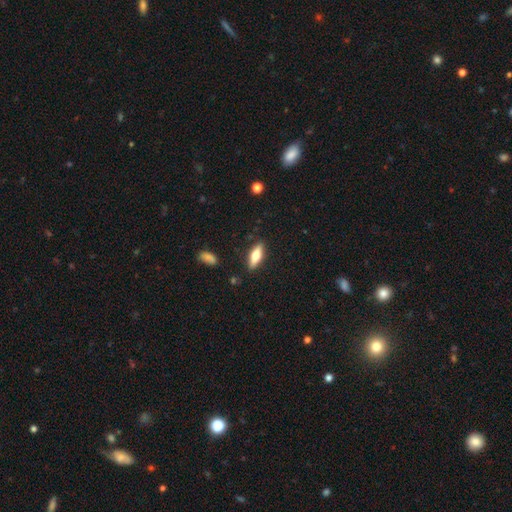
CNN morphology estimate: A smooth galaxy with no disk features (58%) that is in between round and cigar-shaped (53%). Merging: none (86%).